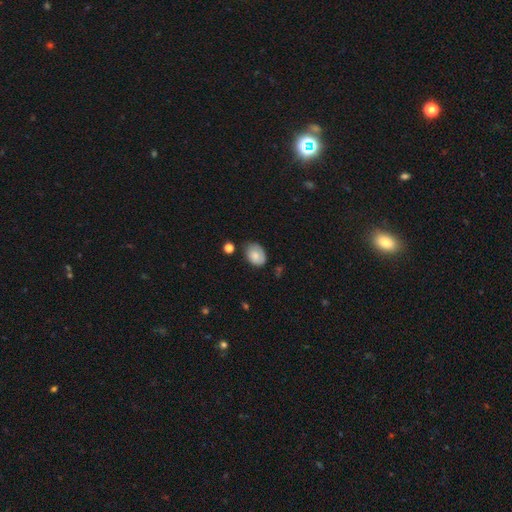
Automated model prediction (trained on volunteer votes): Smooth or featured? smooth (78%)
How rounded? in between (80%)
Merging? none (64%)